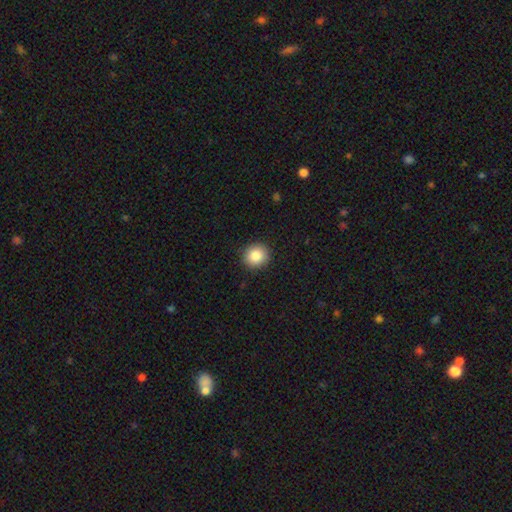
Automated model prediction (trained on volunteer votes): Smooth or featured? smooth (86%)
How rounded? round (86%)
Merging? none (91%)